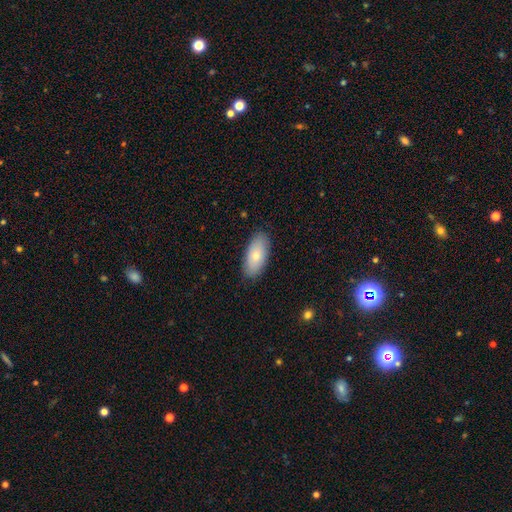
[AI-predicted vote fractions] smooth_or_featured: smooth (p=0.76) [alt: featured or disk p=0.18]
how_rounded: in between (p=0.90) [alt: cigar-shaped p=0.07]
merging: none (p=0.86) [alt: minor disturbance p=0.10]